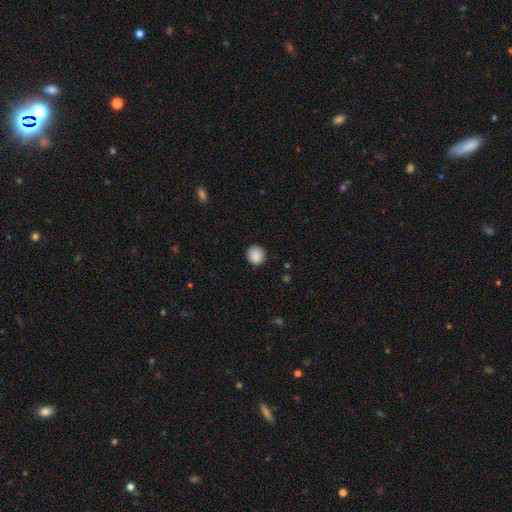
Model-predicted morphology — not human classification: Smooth or featured?
  - smooth: 89% *
  - star or artifact: 8%
  - featured or disk: 3%
How rounded?
  - round: 87% *
  - in between: 12%
  - cigar-shaped: 1%
Merging?
  - none: 87% *
  - minor disturbance: 9%
  - major disturbance: 2%
  - merger: 1%